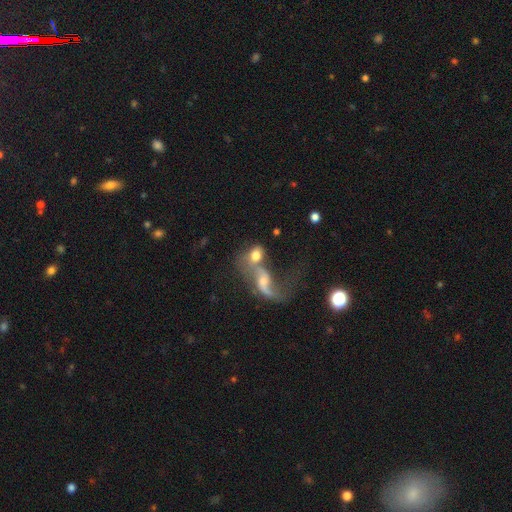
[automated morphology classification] smooth 51%, featured or disk 39%, star or artifact 10%. Down the decision tree: how rounded — in between (59%); merging — merger (58%).